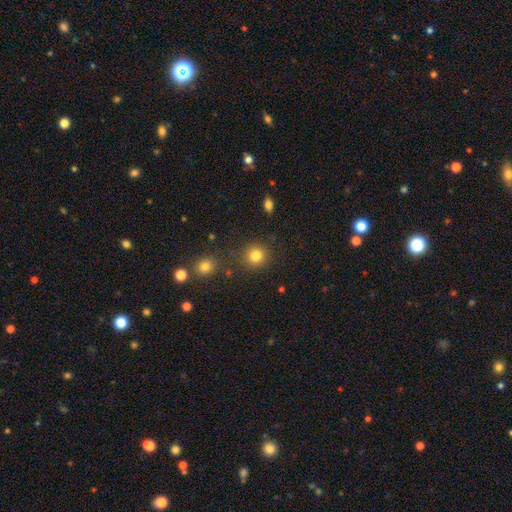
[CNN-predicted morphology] Q: Smooth or featured?
A: smooth (83%); runner-up: star or artifact (12%)
Q: How rounded?
A: round (88%); runner-up: in between (11%)
Q: Merging?
A: none (82%); runner-up: minor disturbance (9%)